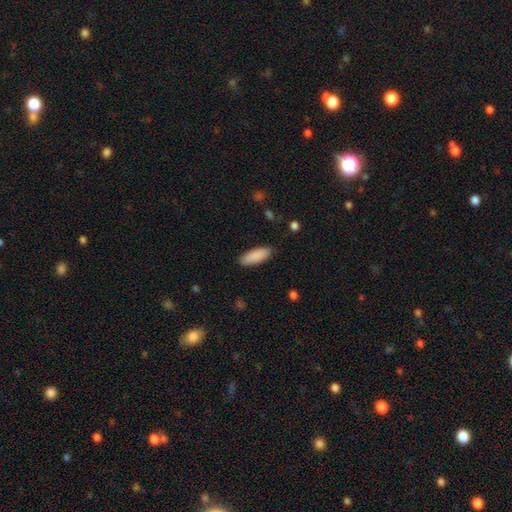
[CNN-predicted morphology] Smooth or featured? smooth (89%)
How rounded? in between (70%)
Merging? none (87%)